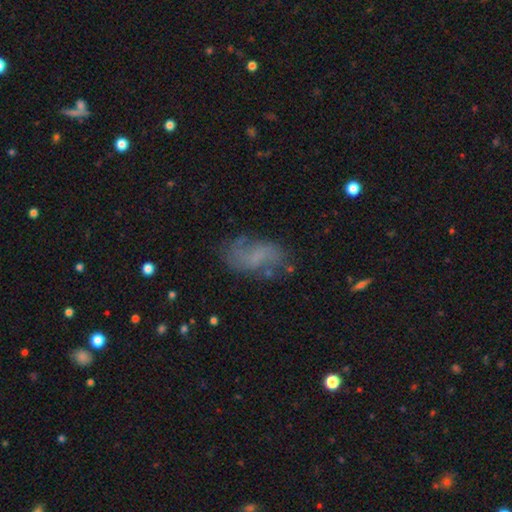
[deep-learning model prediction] A featured or disk galaxy (54%) with no bar (55%), spiral arms (76%) and no central bulge (63%).

Vote fractions:
- Smooth or featured? featured or disk: 54% / smooth: 34% / star or artifact: 11%
- Edge-on disk? no: 96% / yes: 4%
- Bar? no: 55% / weak: 36% / strong: 9%
- Spiral arms? yes: 76% / no: 24%
- Bulge size? none: 63% / small: 21% / moderate: 11% / large: 3% / dominant: 1%
- Merging? none: 61% / minor disturbance: 22% / major disturbance: 13% / merger: 3%